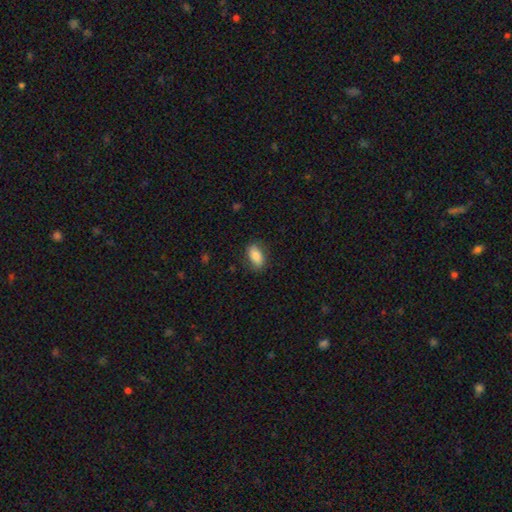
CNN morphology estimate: smooth_or_featured: smooth (p=0.82) [alt: featured or disk p=0.11]
how_rounded: in between (p=0.88) [alt: cigar-shaped p=0.06]
merging: none (p=0.82) [alt: minor disturbance p=0.13]